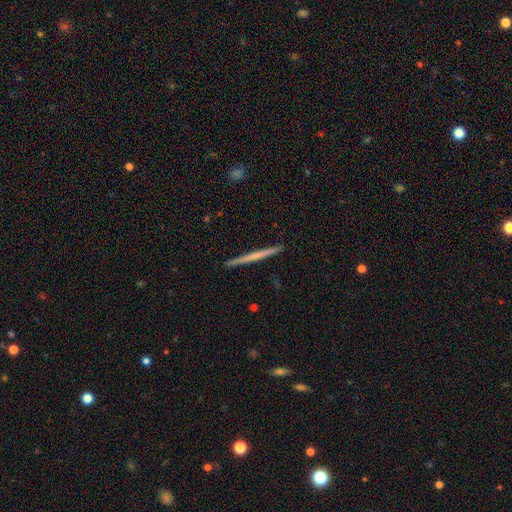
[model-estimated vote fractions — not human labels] Morphology: type=featured or disk (52%); edge-on=yes (98%); edge-on bulge=none (85%); merging=none (93%).